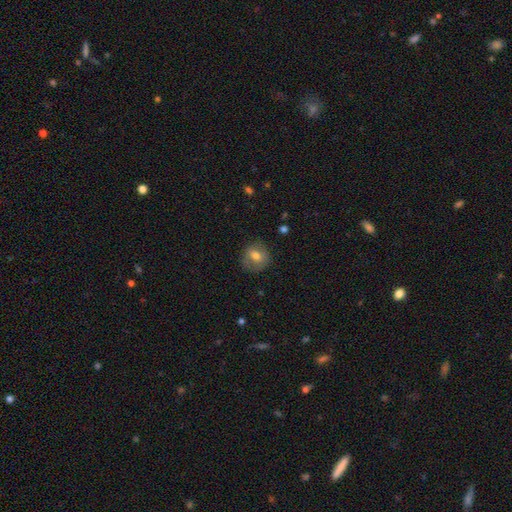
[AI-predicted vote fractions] smooth_or_featured: smooth (p=0.67) [alt: featured or disk p=0.24]
how_rounded: round (p=0.79) [alt: in between p=0.20]
merging: none (p=0.76) [alt: minor disturbance p=0.17]